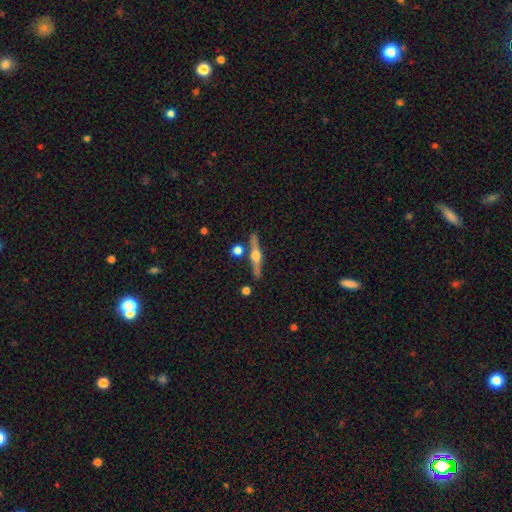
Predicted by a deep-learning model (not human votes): This is likely a featured or disk galaxy (73%). It is clearly viewed edge-on (97%). Edge-on bulge: clearly rounded (95%). Merging: clearly none (83%).